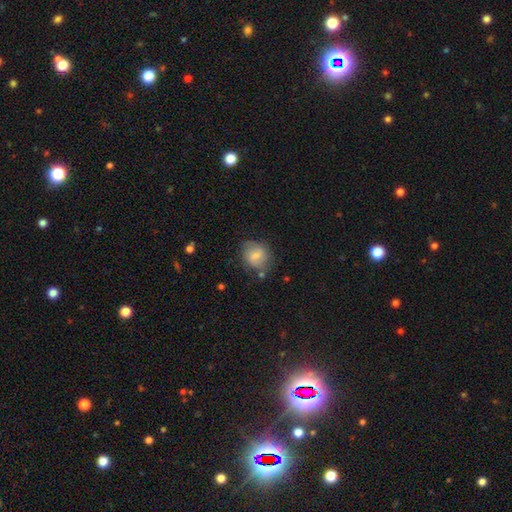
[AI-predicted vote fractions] This is likely a smooth galaxy (60%). How rounded: likely round (67%). Merging: likely none (67%).